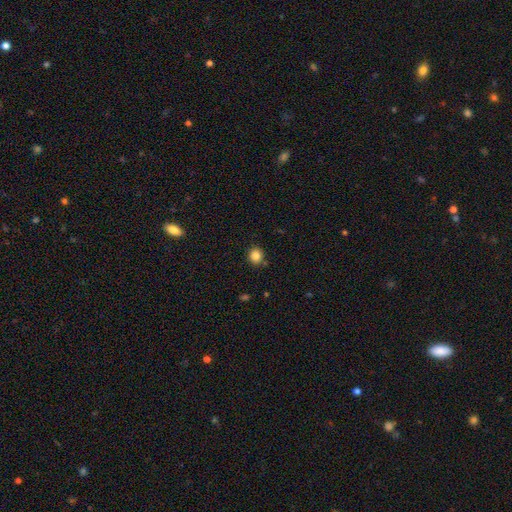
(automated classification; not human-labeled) Morphology: type=smooth (84%); roundness=round (83%); merging=none (85%).